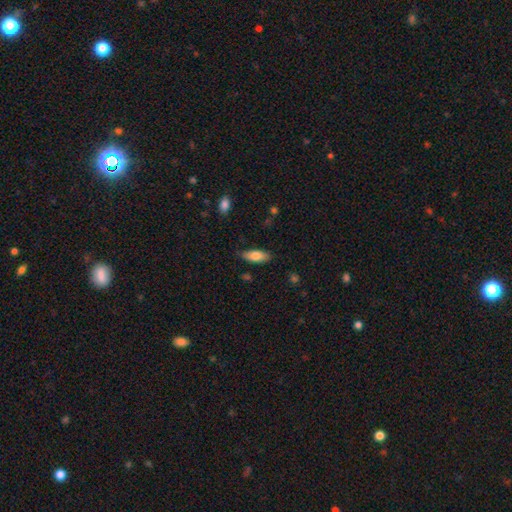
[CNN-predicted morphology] smooth 76%, featured or disk 17%, star or artifact 6%. Down the decision tree: how rounded — in between (76%); merging — none (81%).